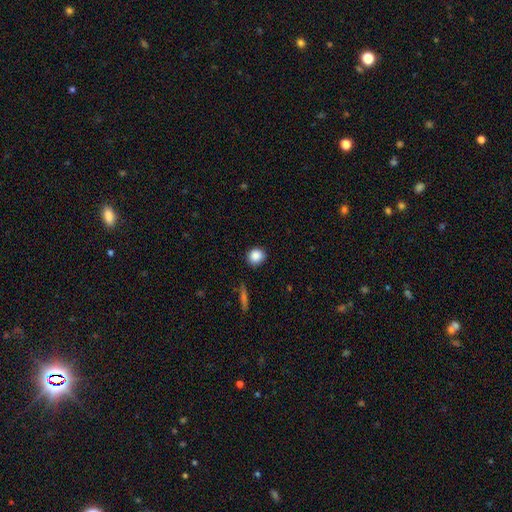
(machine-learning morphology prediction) Smooth or featured? Predicted: smooth (p=0.87). How rounded? Predicted: round (p=0.85). Merging? Predicted: none (p=0.89).